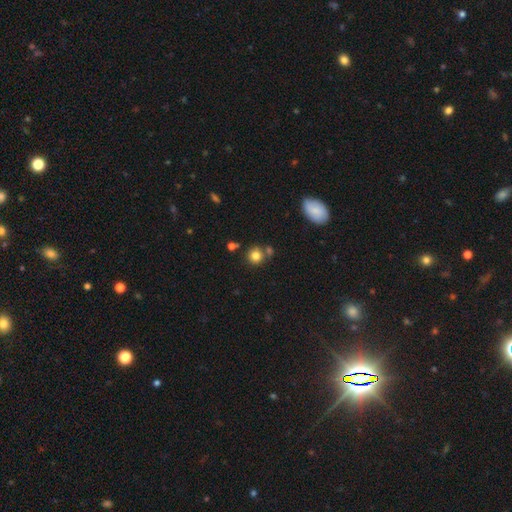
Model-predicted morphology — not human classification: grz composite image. It shows a smooth galaxy with no disk features (81%) that is round (90%). Merging: none (73%).